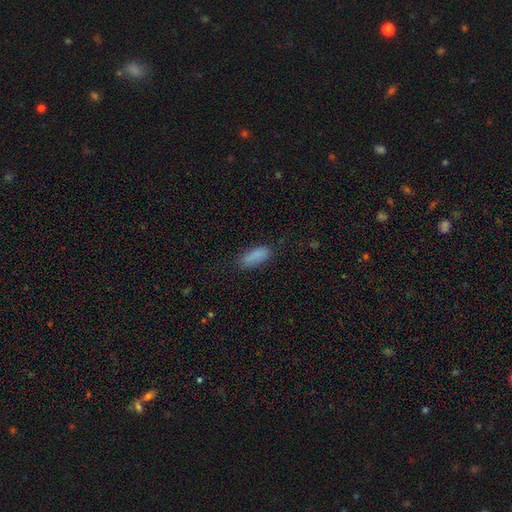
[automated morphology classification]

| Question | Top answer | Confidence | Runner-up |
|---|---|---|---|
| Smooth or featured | smooth | 86% | star or artifact (8%) |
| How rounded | in between | 77% | cigar-shaped (21%) |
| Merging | none | 78% | minor disturbance (17%) |